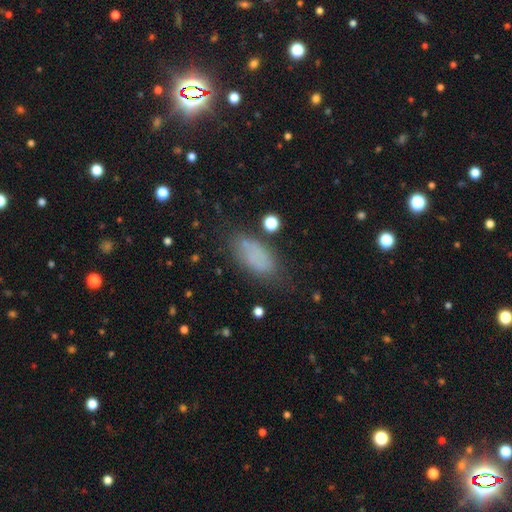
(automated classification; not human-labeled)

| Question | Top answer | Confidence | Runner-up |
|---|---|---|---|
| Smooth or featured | smooth | 75% | featured or disk (13%) |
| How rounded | in between | 88% | cigar-shaped (8%) |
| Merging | none | 67% | minor disturbance (21%) |